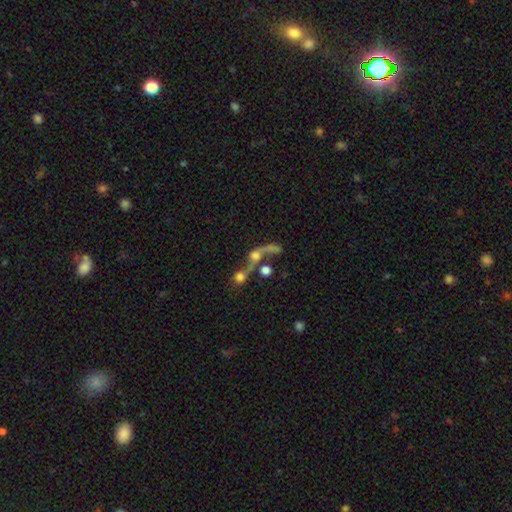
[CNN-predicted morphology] Smooth or featured? featured or disk (49%)
Merging? merger (60%)